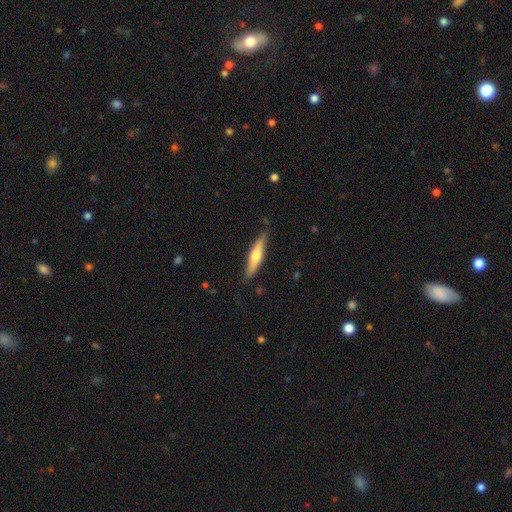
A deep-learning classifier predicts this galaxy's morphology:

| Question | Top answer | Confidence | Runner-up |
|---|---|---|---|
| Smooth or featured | smooth | 51% | featured or disk (44%) |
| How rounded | cigar-shaped | 80% | in between (18%) |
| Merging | none | 83% | minor disturbance (13%) |